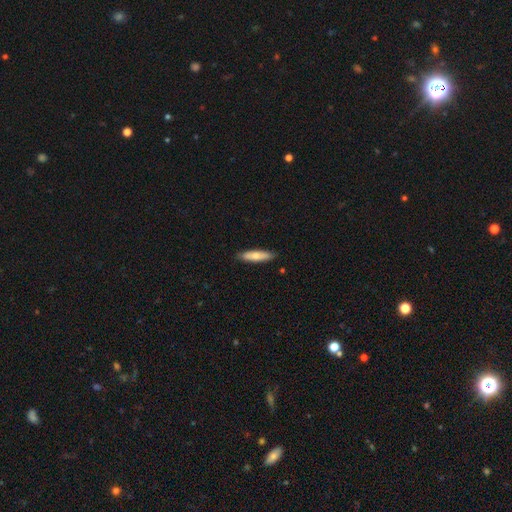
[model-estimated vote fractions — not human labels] Morphology: type=smooth (69%); roundness=cigar-shaped (76%); merging=none (88%).